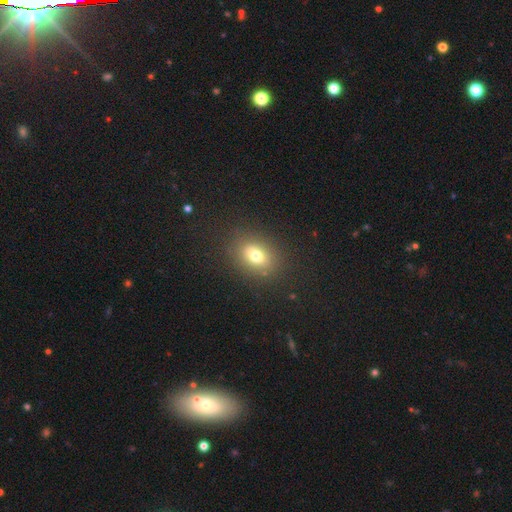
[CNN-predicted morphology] Smooth or featured?
  - smooth: 73% *
  - star or artifact: 14%
  - featured or disk: 13%
How rounded?
  - in between: 61% *
  - round: 38%
  - cigar-shaped: 1%
Merging?
  - none: 84% *
  - minor disturbance: 10%
  - major disturbance: 5%
  - merger: 2%